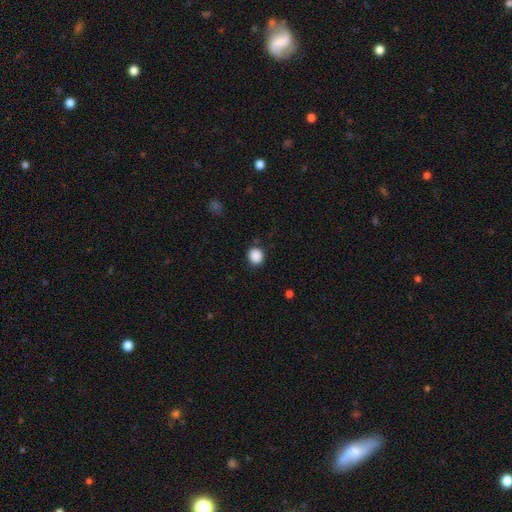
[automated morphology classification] A smooth galaxy with no disk features (88%) that is round (81%). Merging: none (88%).